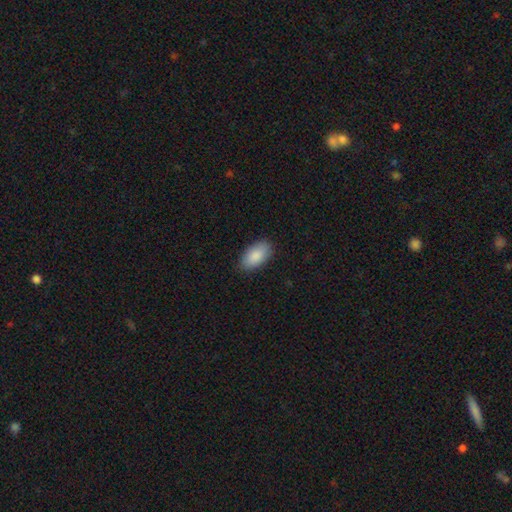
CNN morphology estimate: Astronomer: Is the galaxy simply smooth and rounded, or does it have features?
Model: smooth — 89%.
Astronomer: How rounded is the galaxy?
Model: in between — 94%.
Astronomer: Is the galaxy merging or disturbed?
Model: none — 87%.